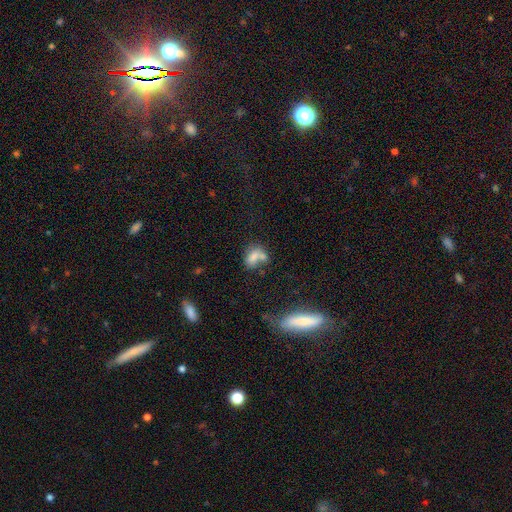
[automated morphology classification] Smooth or featured? Predicted: smooth (p=0.72). How rounded? Predicted: in between (p=0.78). Merging? Predicted: merger (p=0.46).